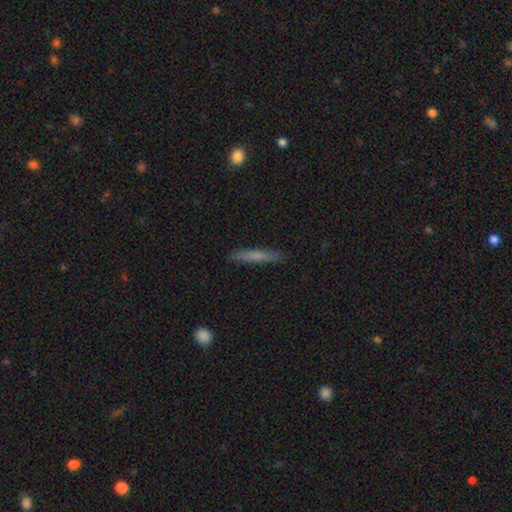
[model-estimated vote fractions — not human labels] This appears to be a smooth galaxy with no disk features (67%) that is cigar-shaped (94%). Merging: none (88%).